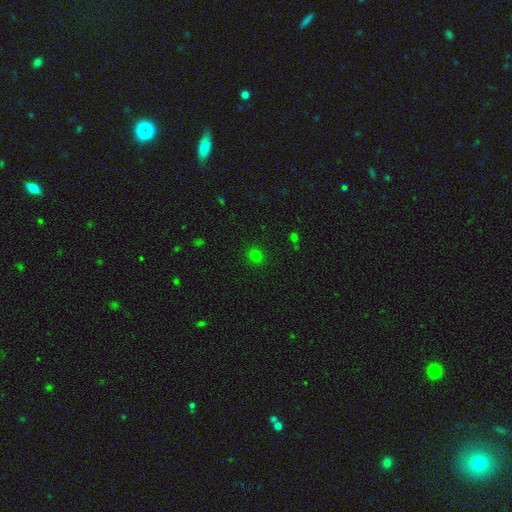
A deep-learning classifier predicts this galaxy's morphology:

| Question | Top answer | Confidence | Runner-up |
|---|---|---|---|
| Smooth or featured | smooth | 75% | star or artifact (20%) |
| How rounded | round | 80% | in between (19%) |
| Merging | none | 89% | minor disturbance (7%) |